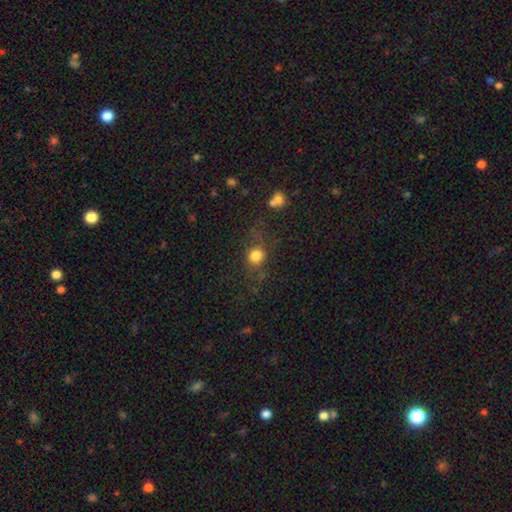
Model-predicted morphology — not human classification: The model was most divided on "merging": none: 68%, minor disturbance: 17%, major disturbance: 11%, merger: 4%. More confident: how rounded — round (79%); smooth or featured — smooth (78%).